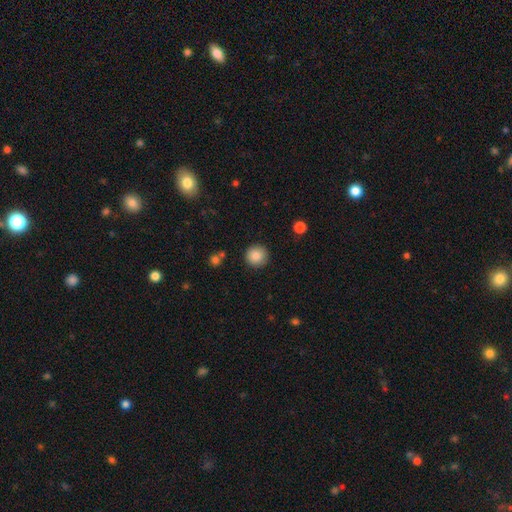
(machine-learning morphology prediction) The model was most divided on "smooth or featured": smooth: 85%, star or artifact: 9%, featured or disk: 6%. More confident: how rounded — round (95%); merging — none (91%).